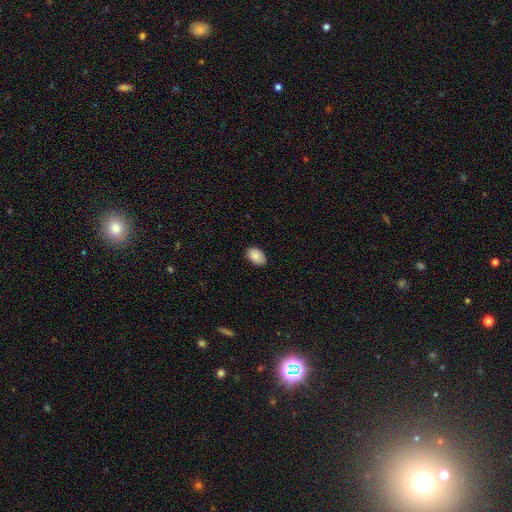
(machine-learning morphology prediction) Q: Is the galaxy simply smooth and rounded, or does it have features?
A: smooth — 88%.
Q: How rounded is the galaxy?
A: in between — 84%.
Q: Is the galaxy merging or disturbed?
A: none — 84%.